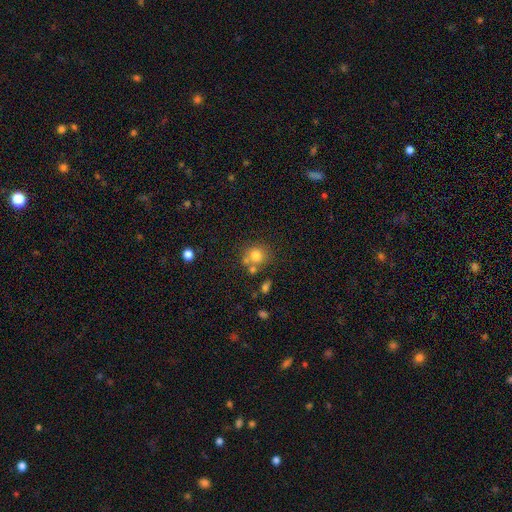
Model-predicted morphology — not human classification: This appears to be a smooth galaxy with no disk features (76%) that is round (84%). Merging: none (60%).